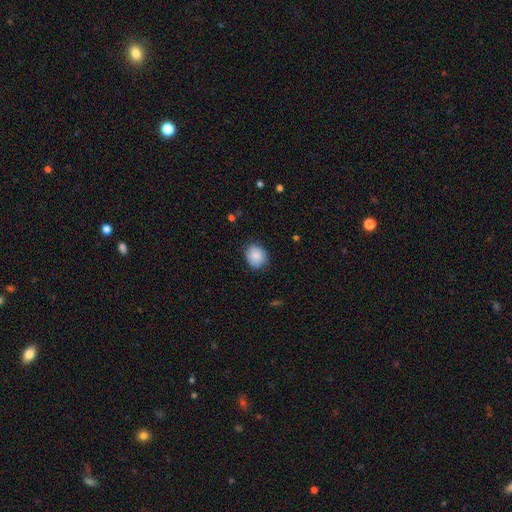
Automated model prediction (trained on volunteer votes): This is clearly a smooth galaxy (87%). How rounded: likely round (67%). Merging: likely none (79%).